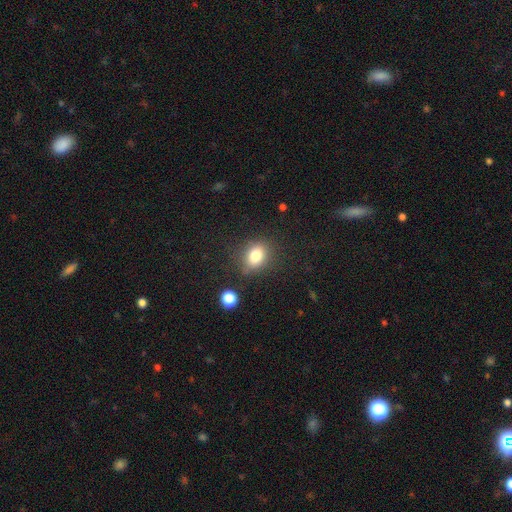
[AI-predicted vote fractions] smooth-or-featured: smooth: 80% | star or artifact: 11% | featured or disk: 8%
  how-rounded: in between: 54% | round: 44% | cigar-shaped: 1%
  merging: none: 75% | minor disturbance: 15% | major disturbance: 5% | merger: 4%